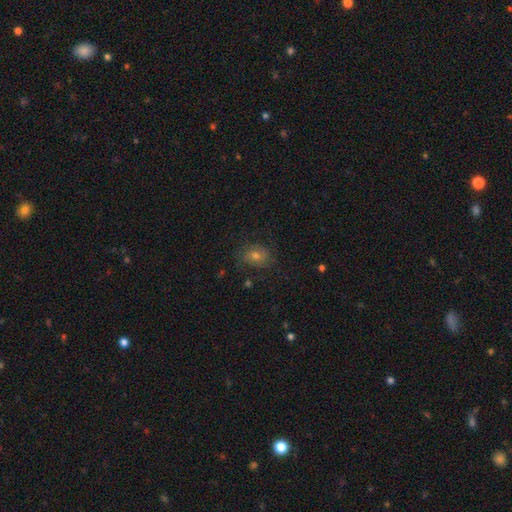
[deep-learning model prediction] Q: Smooth or featured?
A: smooth (59%); runner-up: featured or disk (27%)
Q: How rounded?
A: round (50%); runner-up: in between (49%)
Q: Merging?
A: none (72%); runner-up: minor disturbance (19%)